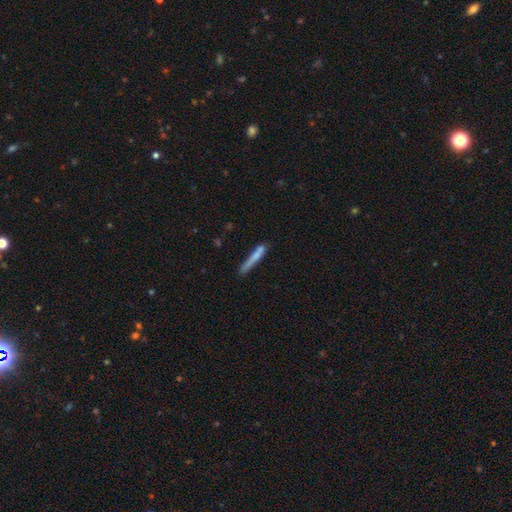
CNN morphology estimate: smooth 68%, featured or disk 25%, star or artifact 7%. Down the decision tree: how rounded — cigar-shaped (94%); merging — none (64%).